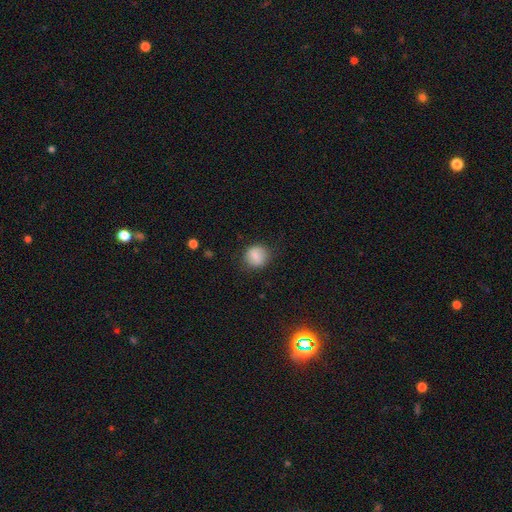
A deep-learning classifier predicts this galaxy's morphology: Smooth or featured? Predicted: smooth (p=0.80). How rounded? Predicted: round (p=0.81). Merging? Predicted: none (p=0.81).